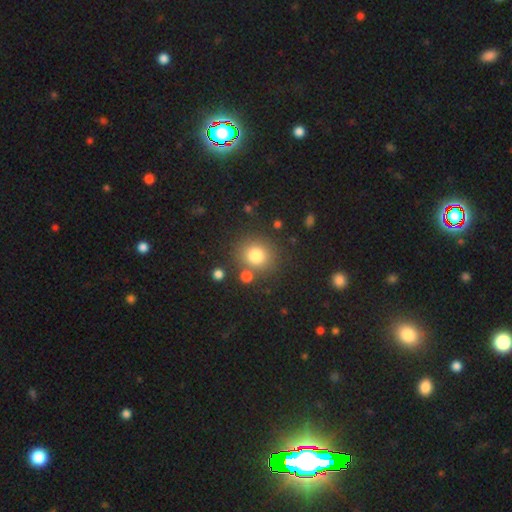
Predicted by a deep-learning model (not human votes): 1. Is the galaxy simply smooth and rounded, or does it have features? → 78% smooth, 13% star or artifact, 8% featured or disk.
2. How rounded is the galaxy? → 85% round, 14% in between, 1% cigar-shaped.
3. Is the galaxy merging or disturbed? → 80% none, 9% minor disturbance, 8% merger, 4% major disturbance.